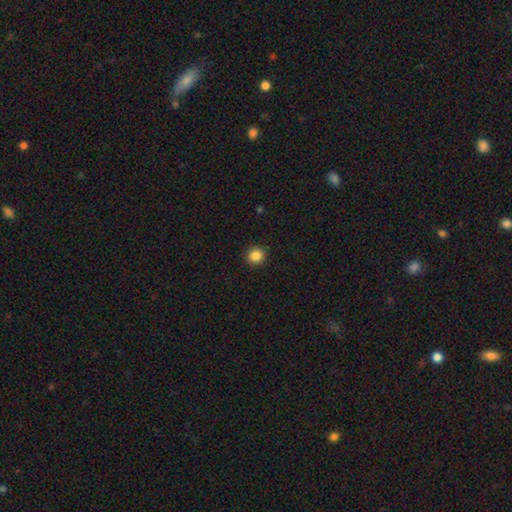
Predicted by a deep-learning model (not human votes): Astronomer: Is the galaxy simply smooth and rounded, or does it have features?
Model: smooth — 86%.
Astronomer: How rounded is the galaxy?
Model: round — 92%.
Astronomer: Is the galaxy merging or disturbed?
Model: none — 92%.